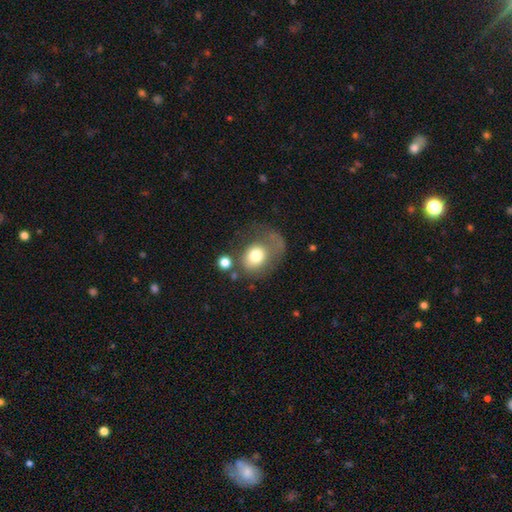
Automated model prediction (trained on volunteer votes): Smooth or featured?
  - smooth: 71% *
  - featured or disk: 20%
  - star or artifact: 9%
How rounded?
  - round: 52% *
  - in between: 47%
  - cigar-shaped: 1%
Merging?
  - major disturbance: 39% *
  - none: 30%
  - minor disturbance: 21%
  - merger: 10%